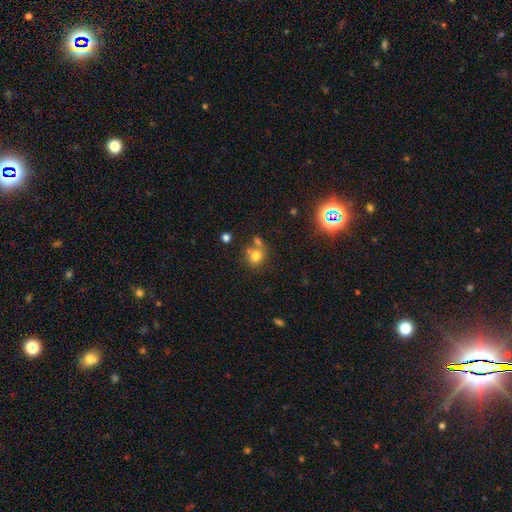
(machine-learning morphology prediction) type=smooth (74%); roundness=round (71%); merging=none (54%).